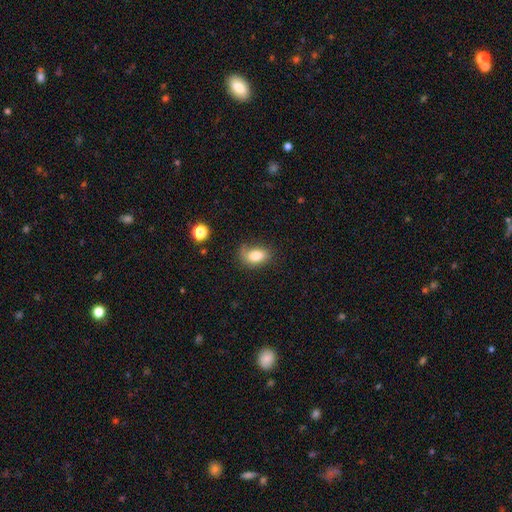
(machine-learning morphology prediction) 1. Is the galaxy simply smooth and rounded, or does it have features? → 81% smooth, 10% featured or disk, 8% star or artifact.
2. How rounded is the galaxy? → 86% in between, 12% round, 2% cigar-shaped.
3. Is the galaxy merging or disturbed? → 59% none, 27% minor disturbance, 11% major disturbance, 3% merger.